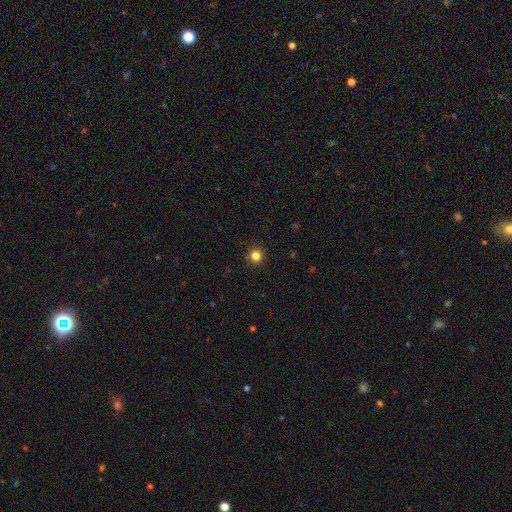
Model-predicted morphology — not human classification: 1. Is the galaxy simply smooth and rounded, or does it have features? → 83% smooth, 13% star or artifact, 4% featured or disk.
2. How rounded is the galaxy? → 94% round, 5% in between, 1% cigar-shaped.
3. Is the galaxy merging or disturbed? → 91% none, 6% minor disturbance, 2% major disturbance, 1% merger.